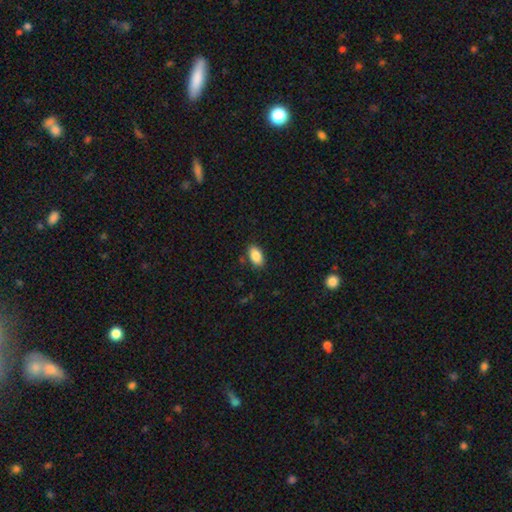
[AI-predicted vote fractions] Q: Smooth or featured?
A: smooth (87%); runner-up: star or artifact (8%)
Q: How rounded?
A: in between (92%); runner-up: round (5%)
Q: Merging?
A: none (85%); runner-up: minor disturbance (10%)